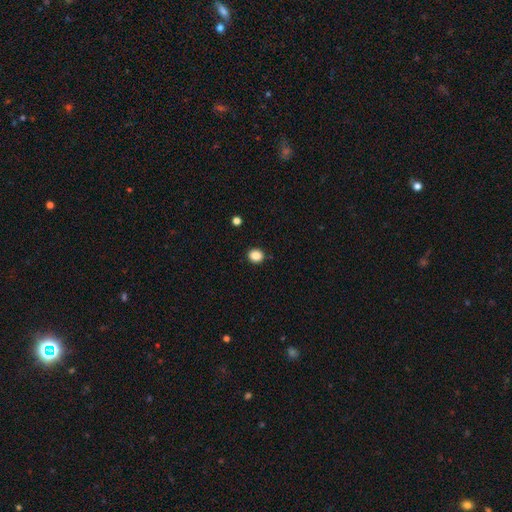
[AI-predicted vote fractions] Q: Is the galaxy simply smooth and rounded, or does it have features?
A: smooth — 86%.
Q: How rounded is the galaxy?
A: round — 78%.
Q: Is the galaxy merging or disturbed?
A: none — 90%.